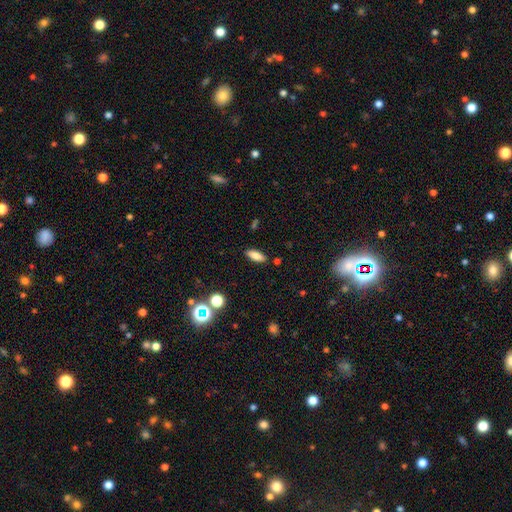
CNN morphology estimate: smooth-or-featured: smooth: 78% | featured or disk: 12% | star or artifact: 9%
  how-rounded: in between: 71% | cigar-shaped: 26% | round: 3%
  merging: none: 87% | minor disturbance: 9% | major disturbance: 2% | merger: 2%